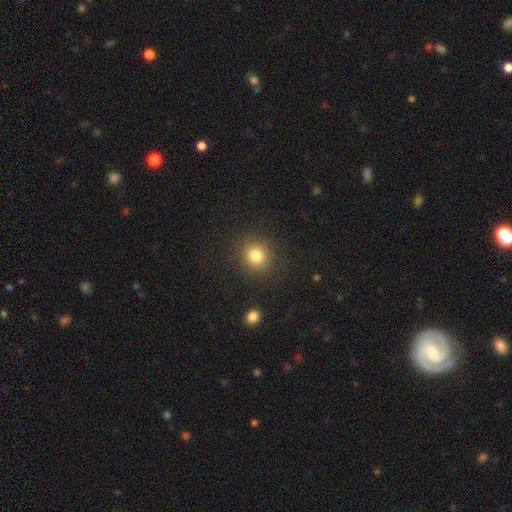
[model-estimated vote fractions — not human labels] This is clearly a smooth galaxy (82%). How rounded: clearly round (88%). Merging: clearly none (88%).